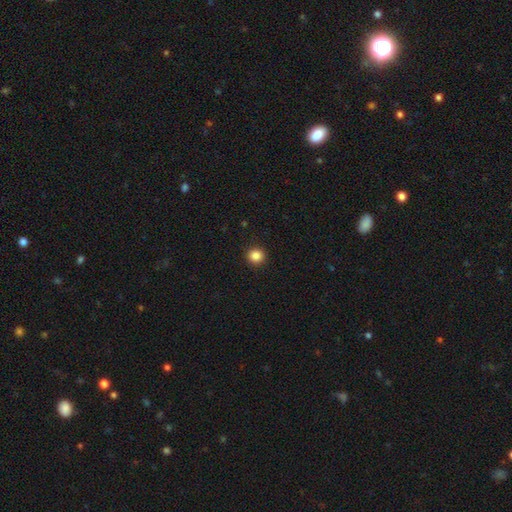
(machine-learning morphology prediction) This is clearly a smooth galaxy (86%). How rounded: clearly round (91%). Merging: clearly none (92%).